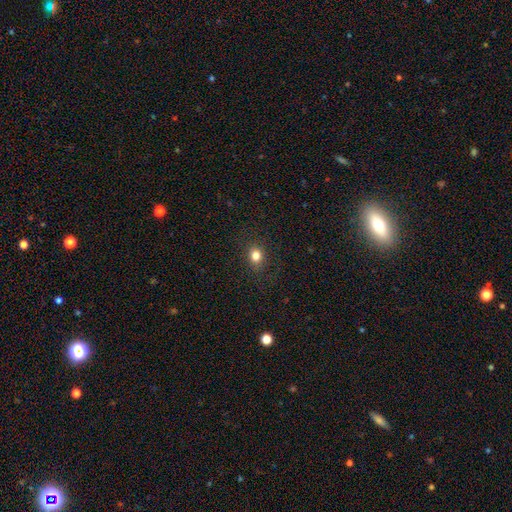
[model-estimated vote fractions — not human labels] Smooth or featured?
  - smooth: 82% *
  - star or artifact: 13%
  - featured or disk: 6%
How rounded?
  - round: 62% *
  - in between: 37%
  - cigar-shaped: 1%
Merging?
  - none: 87% *
  - minor disturbance: 9%
  - major disturbance: 3%
  - merger: 1%